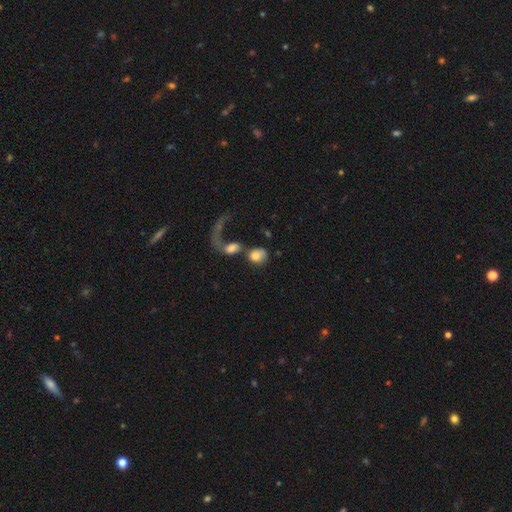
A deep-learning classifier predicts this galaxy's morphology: A smooth galaxy with no disk features (72%) that is round (55%). Merging: merger (47%).